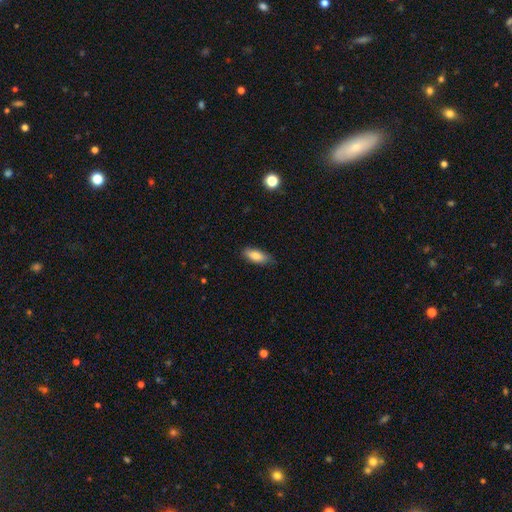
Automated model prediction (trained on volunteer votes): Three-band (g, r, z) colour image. It shows a smooth galaxy with no disk features (82%) that is in between round and cigar-shaped (77%). Merging: none (79%).